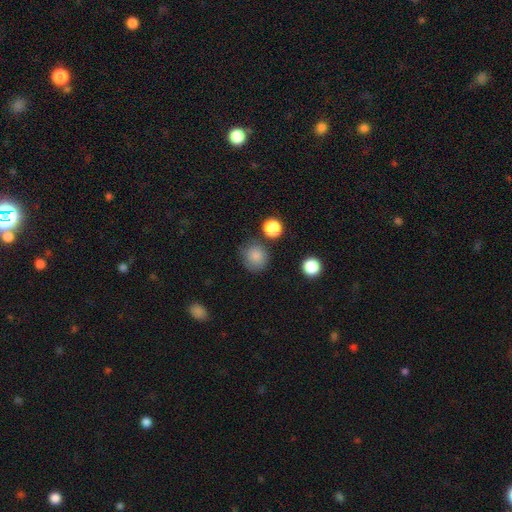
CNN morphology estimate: Overall: smooth (84%). How rounded: round (86%). Merging: none (74%).